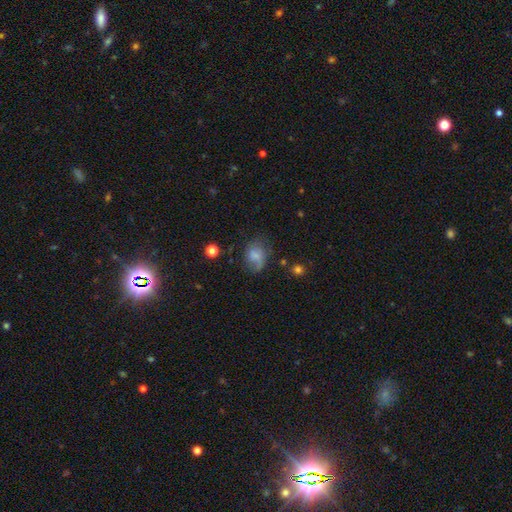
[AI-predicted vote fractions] Smooth or featured: smooth — 59% (featured or disk — 30%)
How rounded: in between — 66% (round — 32%)
Merging: none — 49% (minor disturbance — 28%)